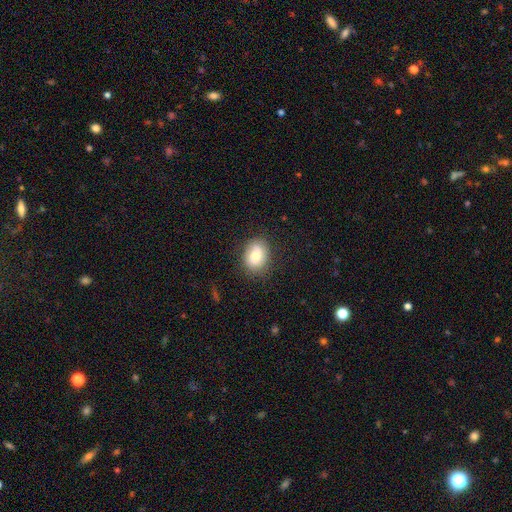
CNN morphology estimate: smooth-or-featured: smooth: 71% | featured or disk: 21% | star or artifact: 8%
  how-rounded: in between: 59% | round: 40% | cigar-shaped: 1%
  merging: none: 80% | minor disturbance: 15% | major disturbance: 4% | merger: 1%